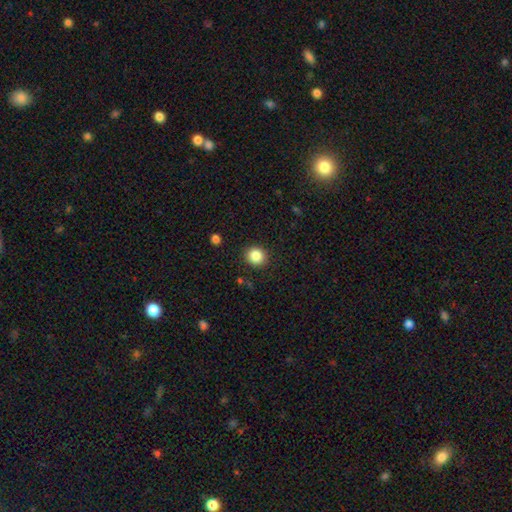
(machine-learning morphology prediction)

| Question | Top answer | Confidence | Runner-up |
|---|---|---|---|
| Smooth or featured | smooth | 86% | star or artifact (10%) |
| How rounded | round | 86% | in between (13%) |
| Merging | none | 90% | minor disturbance (6%) |